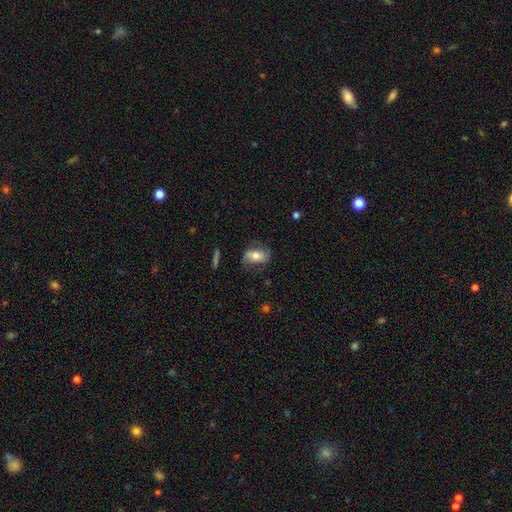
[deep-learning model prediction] A featured or disk galaxy (49%).

Vote fractions:
- Smooth or featured? featured or disk: 49% / smooth: 43% / star or artifact: 8%
- Merging? none: 67% / minor disturbance: 20% / major disturbance: 11% / merger: 2%